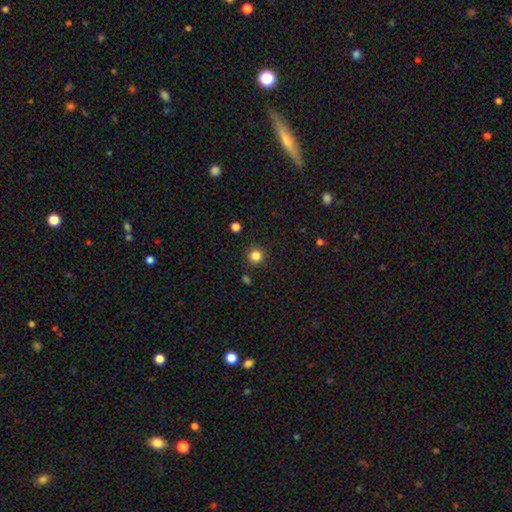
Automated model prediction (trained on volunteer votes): Smooth or featured: smooth — 84% (star or artifact — 12%)
How rounded: round — 95% (in between — 4%)
Merging: none — 90% (minor disturbance — 6%)